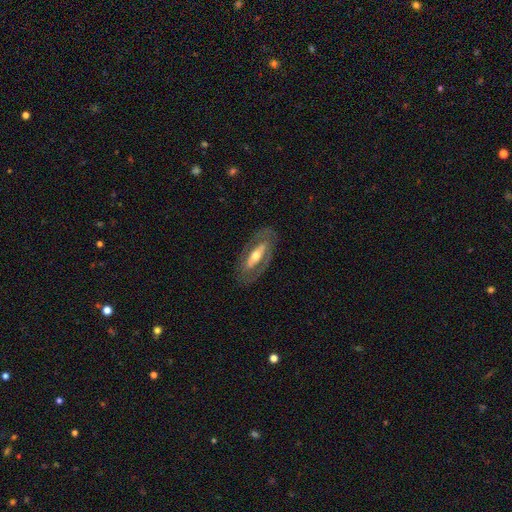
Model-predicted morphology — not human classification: Smooth or featured?
  - featured or disk: 68% *
  - smooth: 26%
  - star or artifact: 5%
Edge-on disk?
  - no: 80% *
  - yes: 20%
Bar?
  - no: 45% *
  - strong: 34%
  - weak: 21%
Spiral arms?
  - no: 64% *
  - yes: 36%
Bulge size?
  - moderate: 64% *
  - small: 22%
  - large: 12%
  - dominant: 1%
  - none: 1%
Merging?
  - none: 78% *
  - minor disturbance: 13%
  - major disturbance: 8%
  - merger: 1%